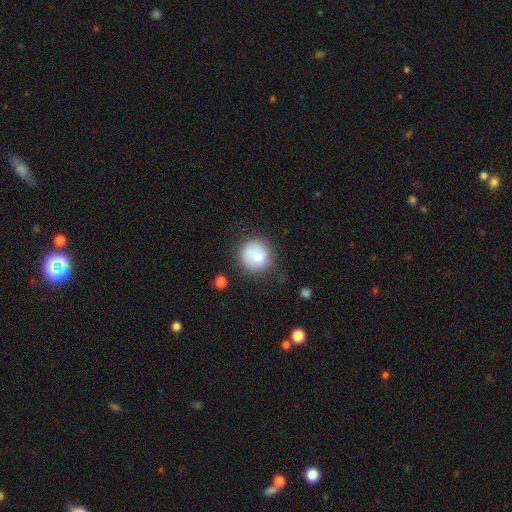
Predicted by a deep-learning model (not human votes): smooth 82%, featured or disk 10%, star or artifact 8%. Down the decision tree: how rounded — round (91%); merging — none (72%).